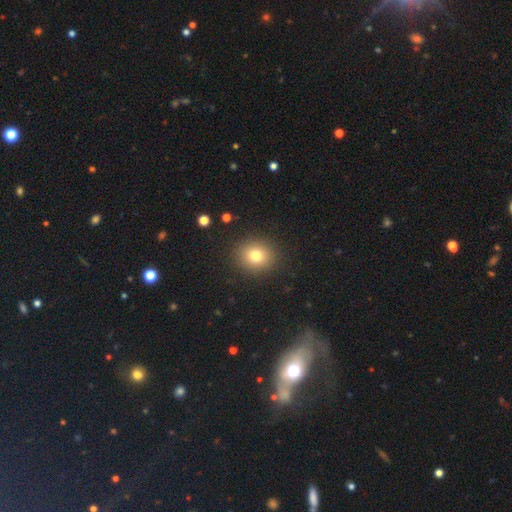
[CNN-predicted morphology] Q: Smooth or featured?
A: smooth (77%); runner-up: star or artifact (14%)
Q: How rounded?
A: round (85%); runner-up: in between (14%)
Q: Merging?
A: none (90%); runner-up: minor disturbance (6%)